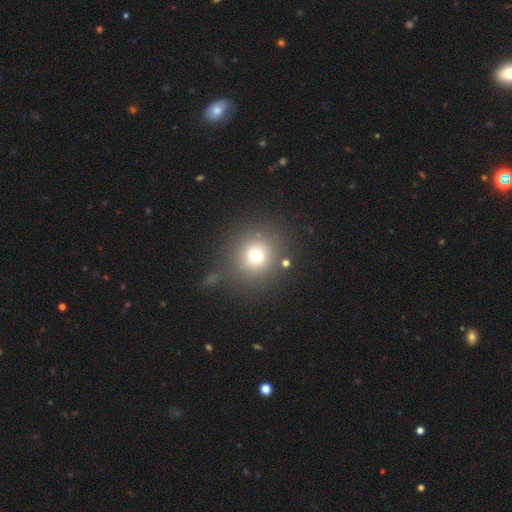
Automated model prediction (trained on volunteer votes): Smooth or featured: smooth — 72% (star or artifact — 17%)
How rounded: round — 91% (in between — 9%)
Merging: none — 78% (minor disturbance — 10%)